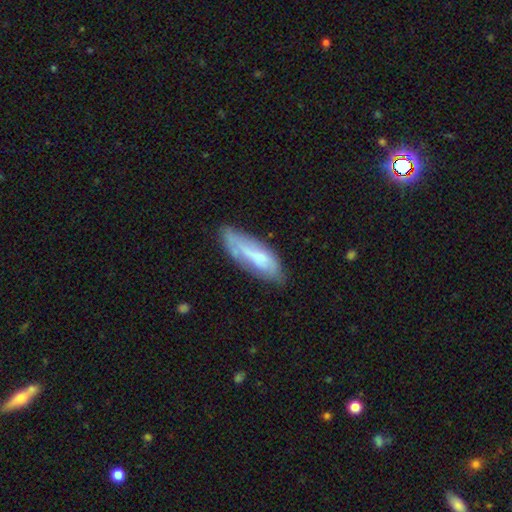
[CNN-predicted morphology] Smooth or featured? Predicted: smooth (p=0.56). How rounded? Predicted: in between (p=0.53). Merging? Predicted: none (p=0.55).